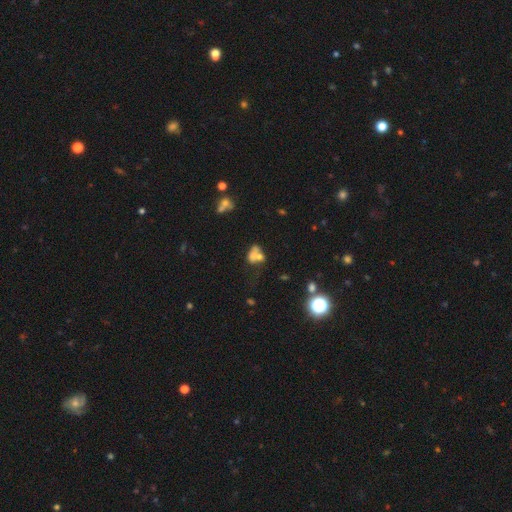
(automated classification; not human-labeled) The model was most divided on "how rounded": in between: 63%, round: 35%, cigar-shaped: 2%. More confident: smooth or featured — smooth (55%); merging — merger (52%).